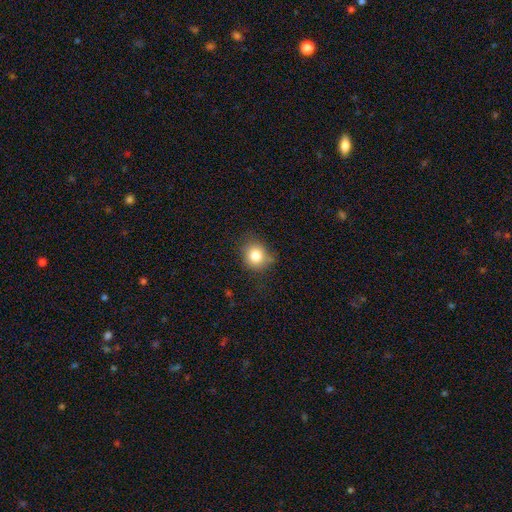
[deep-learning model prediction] Smooth or featured?
  - smooth: 81% *
  - star or artifact: 11%
  - featured or disk: 8%
How rounded?
  - round: 79% *
  - in between: 20%
  - cigar-shaped: 1%
Merging?
  - none: 70% *
  - minor disturbance: 22%
  - major disturbance: 5%
  - merger: 2%